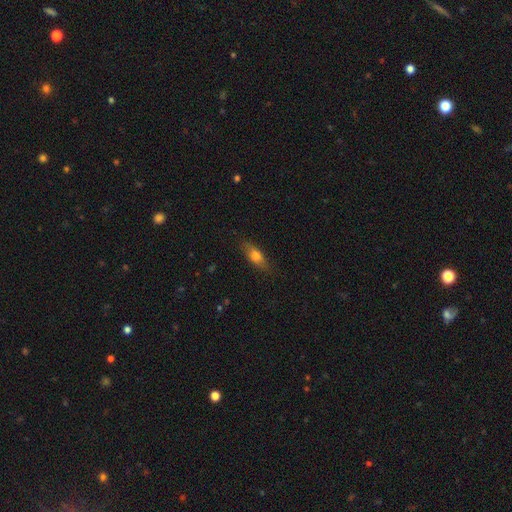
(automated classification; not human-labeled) smooth_or_featured: smooth (p=0.70) [alt: featured or disk p=0.22]
how_rounded: in between (p=0.64) [alt: cigar-shaped p=0.32]
merging: none (p=0.81) [alt: minor disturbance p=0.15]